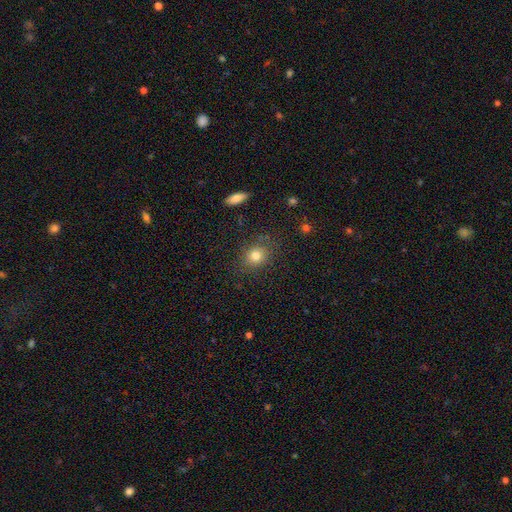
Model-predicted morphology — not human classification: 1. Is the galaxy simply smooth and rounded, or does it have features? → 79% smooth, 13% star or artifact, 9% featured or disk.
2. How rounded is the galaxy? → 63% round, 36% in between, 1% cigar-shaped.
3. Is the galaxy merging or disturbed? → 81% none, 13% minor disturbance, 4% major disturbance, 2% merger.